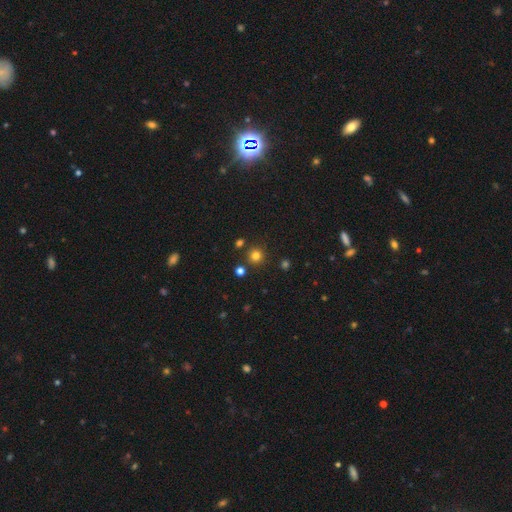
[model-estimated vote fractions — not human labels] Smooth or featured? Predicted: smooth (p=0.78). How rounded? Predicted: round (p=0.94). Merging? Predicted: none (p=0.86).